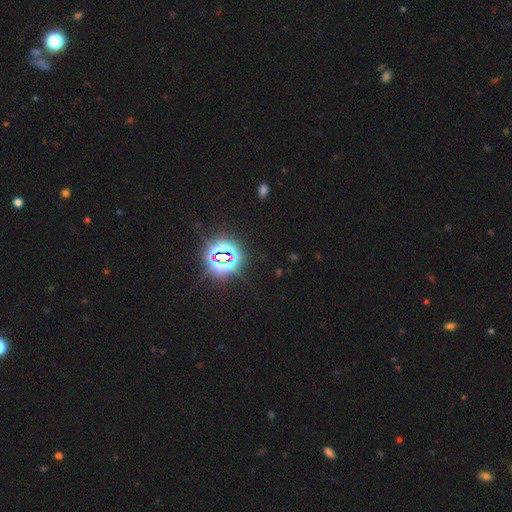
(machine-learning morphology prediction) Q: Smooth or featured?
A: star or artifact (80%); runner-up: smooth (13%)